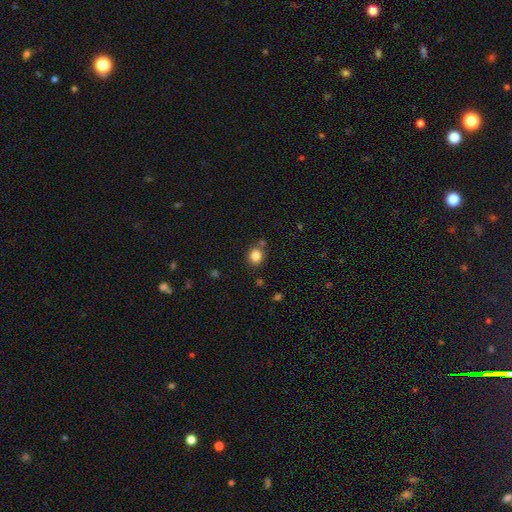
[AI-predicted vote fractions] Smooth or featured: smooth — 84% (star or artifact — 11%)
How rounded: round — 68% (in between — 31%)
Merging: none — 76% (minor disturbance — 12%)